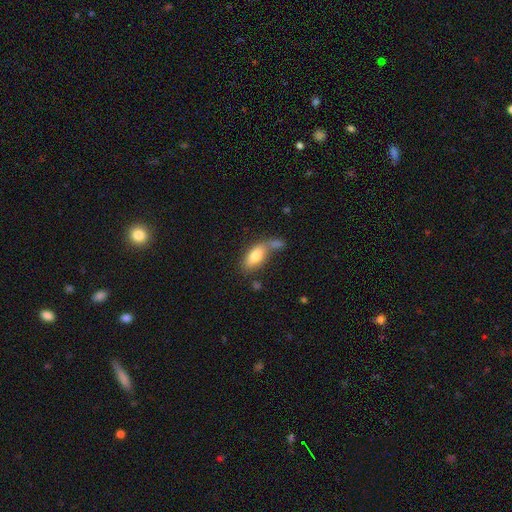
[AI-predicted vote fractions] This appears to be a smooth galaxy with no disk features (78%) that is in between round and cigar-shaped (86%). Merging: none (48%).